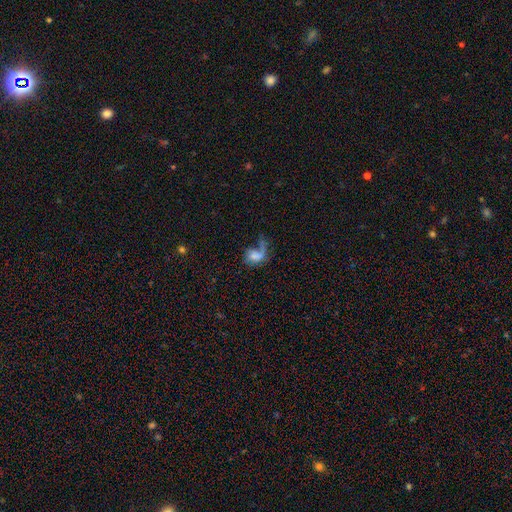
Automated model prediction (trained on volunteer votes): The model was most divided on "smooth or featured": featured or disk: 44%, smooth: 43%, star or artifact: 12%. Remaining: merging — major disturbance (48%).